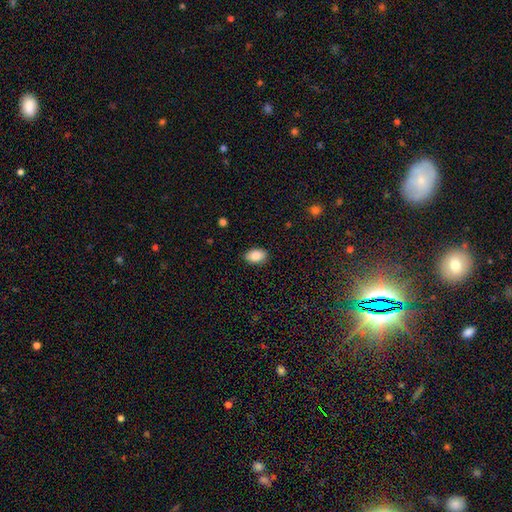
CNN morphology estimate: Smooth or featured? Predicted: smooth (p=0.87). How rounded? Predicted: in between (p=0.89). Merging? Predicted: none (p=0.86).